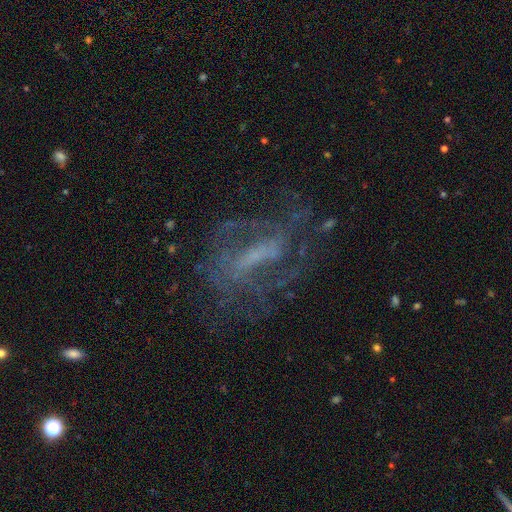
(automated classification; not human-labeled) Smooth or featured: featured or disk — 76% (star or artifact — 13%)
Edge-on disk: no — 90% (yes — 10%)
Bar: strong — 44% (weak — 37%)
Spiral arms: yes — 77% (no — 23%)
Spiral winding: medium — 43% (tight — 34%)
Spiral arm count: can't tell — 40% (2 — 39%)
Bulge size: none — 37% (small — 36%)
Merging: none — 63% (major disturbance — 19%)